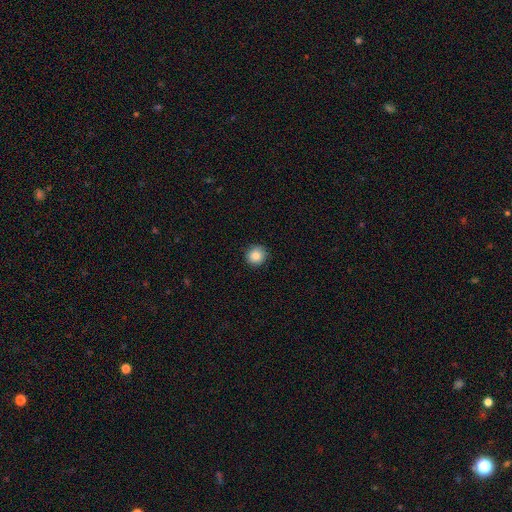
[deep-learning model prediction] Q: Smooth or featured?
A: smooth (86%); runner-up: star or artifact (9%)
Q: How rounded?
A: round (91%); runner-up: in between (8%)
Q: Merging?
A: none (89%); runner-up: minor disturbance (8%)